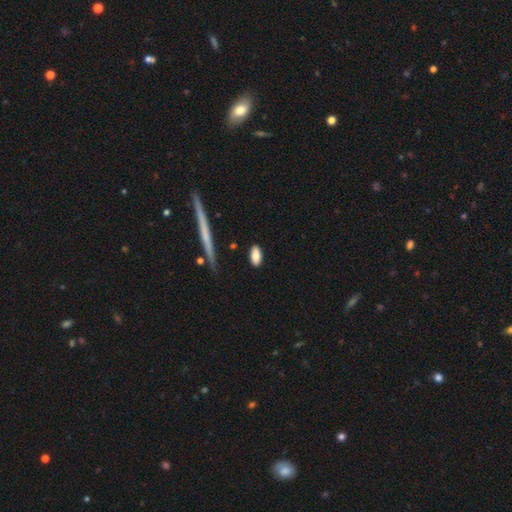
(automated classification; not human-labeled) Morphology: type=smooth (84%); roundness=in between (88%); merging=none (86%).